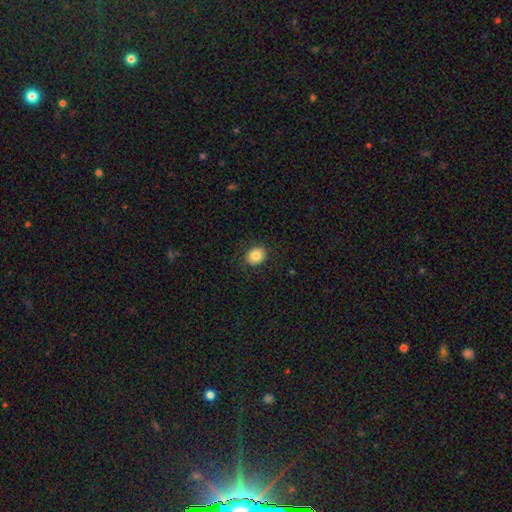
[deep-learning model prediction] Smooth or featured: smooth — 83% (star or artifact — 9%)
How rounded: round — 69% (in between — 30%)
Merging: none — 88% (minor disturbance — 9%)